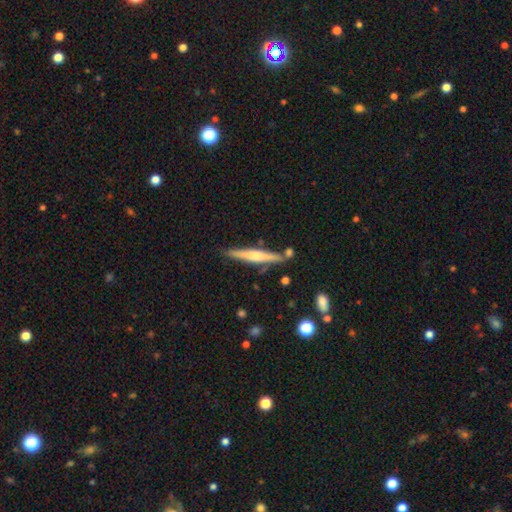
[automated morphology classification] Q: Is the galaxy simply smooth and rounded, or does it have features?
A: featured or disk — 59%.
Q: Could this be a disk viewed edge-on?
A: yes — 97%.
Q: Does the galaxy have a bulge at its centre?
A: rounded — 79%.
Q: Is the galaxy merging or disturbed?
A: none — 82%.